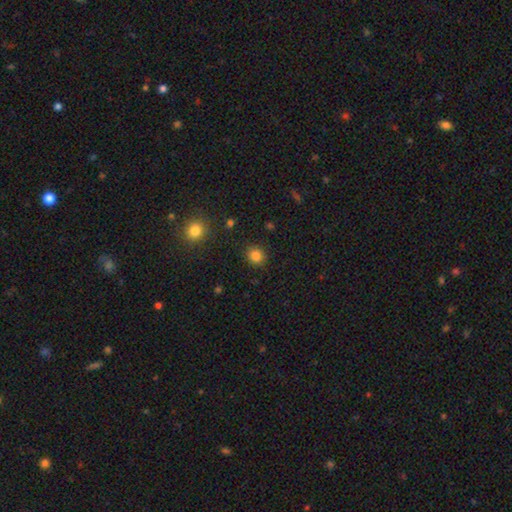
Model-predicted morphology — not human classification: smooth_or_featured: smooth (p=0.84) [alt: star or artifact p=0.12]
how_rounded: round (p=0.84) [alt: in between p=0.15]
merging: none (p=0.89) [alt: minor disturbance p=0.07]